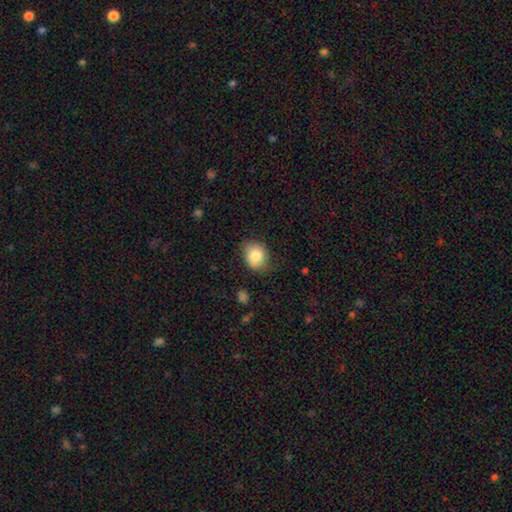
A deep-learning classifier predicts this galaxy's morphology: smooth 82%, featured or disk 10%, star or artifact 8%. Down the decision tree: how rounded — round (54%); merging — none (67%).